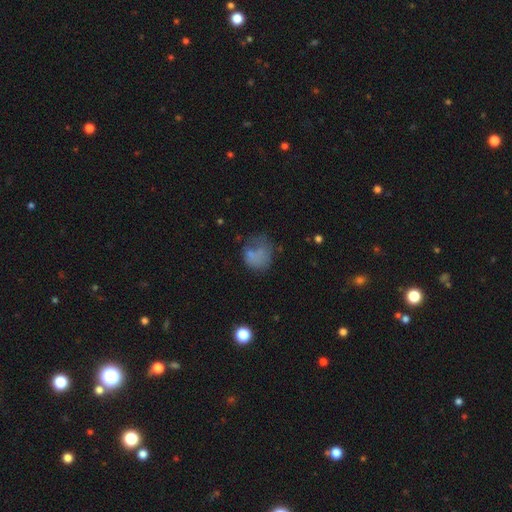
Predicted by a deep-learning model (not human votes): Morphology: type=smooth (63%); roundness=round (61%); merging=none (37%).